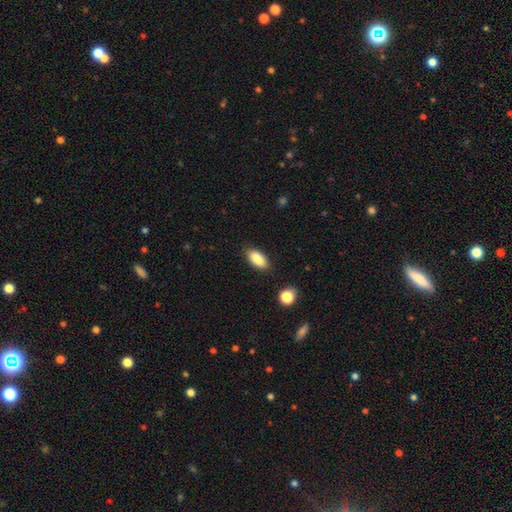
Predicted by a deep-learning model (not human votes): A smooth galaxy with no disk features (88%) that is in between round and cigar-shaped (89%). Merging: none (84%).